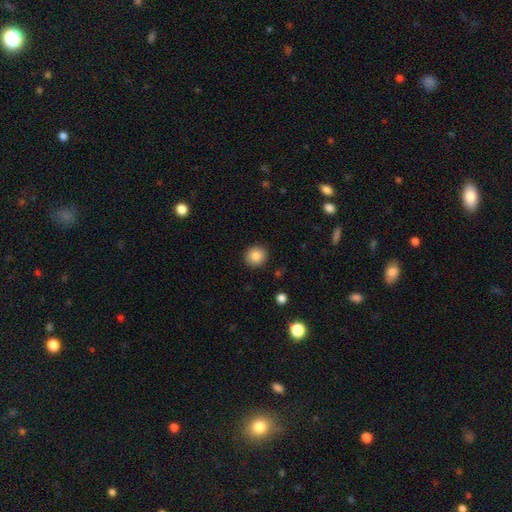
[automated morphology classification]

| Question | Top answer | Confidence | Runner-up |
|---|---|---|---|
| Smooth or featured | smooth | 85% | star or artifact (9%) |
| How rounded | round | 88% | in between (11%) |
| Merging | none | 92% | minor disturbance (6%) |